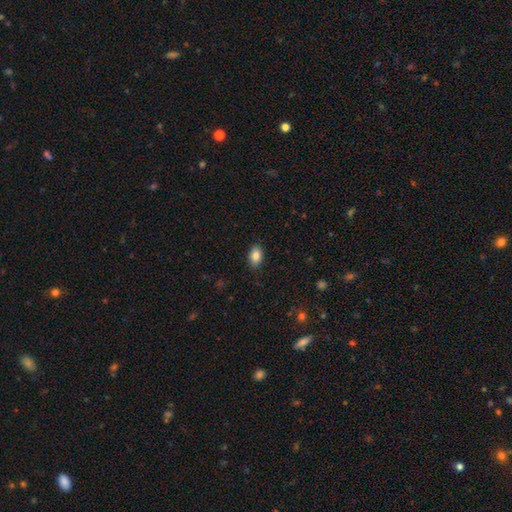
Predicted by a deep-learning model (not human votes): A smooth galaxy with no disk features (86%) that is in between round and cigar-shaped (88%).

Vote fractions:
- Smooth or featured? smooth: 86% / star or artifact: 8% / featured or disk: 6%
- How rounded? in between: 88% / round: 11% / cigar-shaped: 1%
- Merging? none: 88% / minor disturbance: 9% / major disturbance: 2% / merger: 1%